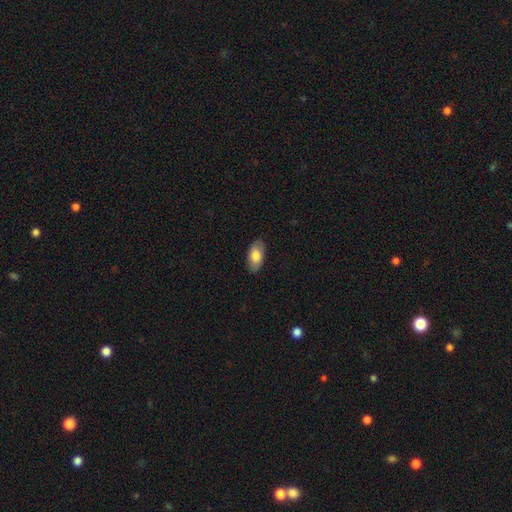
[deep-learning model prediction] Smooth or featured? Predicted: smooth (p=0.79). How rounded? Predicted: in between (p=0.94). Merging? Predicted: none (p=0.86).